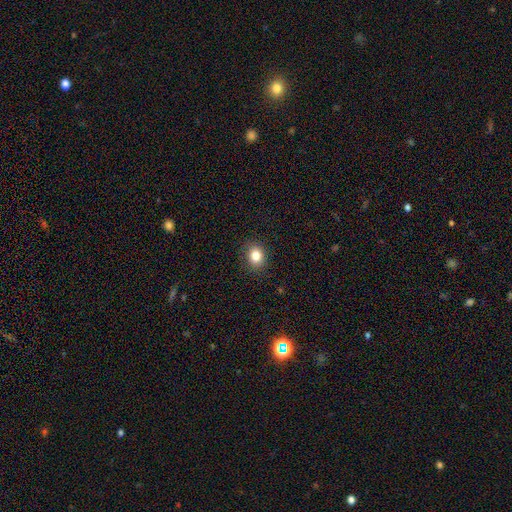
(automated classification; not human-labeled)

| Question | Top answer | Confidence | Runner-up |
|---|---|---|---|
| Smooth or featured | smooth | 84% | star or artifact (10%) |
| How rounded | round | 52% | in between (47%) |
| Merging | none | 88% | minor disturbance (9%) |